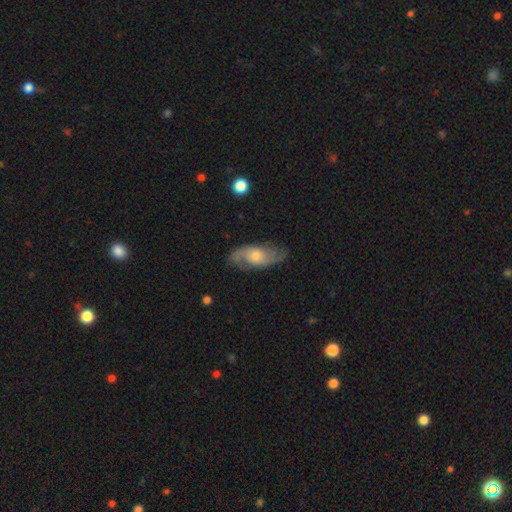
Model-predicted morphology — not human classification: Smooth or featured? Predicted: featured or disk (p=0.70). Edge-on disk? Predicted: no (p=0.89). Bar? Predicted: no (p=0.68). Spiral arms? Predicted: yes (p=0.90). Spiral winding? Predicted: medium (p=0.45). Spiral arm count? Predicted: 2 (p=0.81). Bulge size? Predicted: moderate (p=0.51). Merging? Predicted: none (p=0.75).